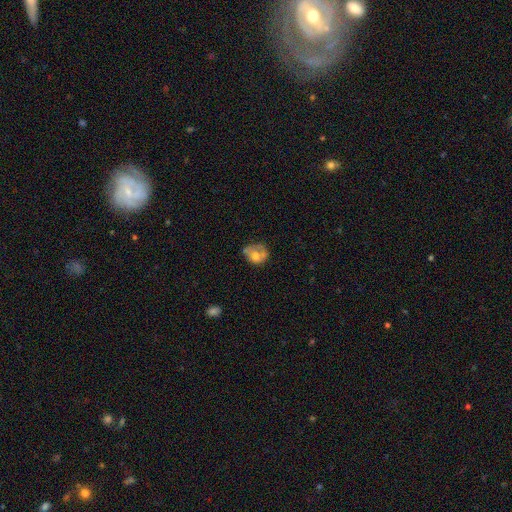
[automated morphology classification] Q: Smooth or featured?
A: smooth (56%); runner-up: featured or disk (35%)
Q: How rounded?
A: round (58%); runner-up: in between (41%)
Q: Merging?
A: none (36%); runner-up: minor disturbance (28%)